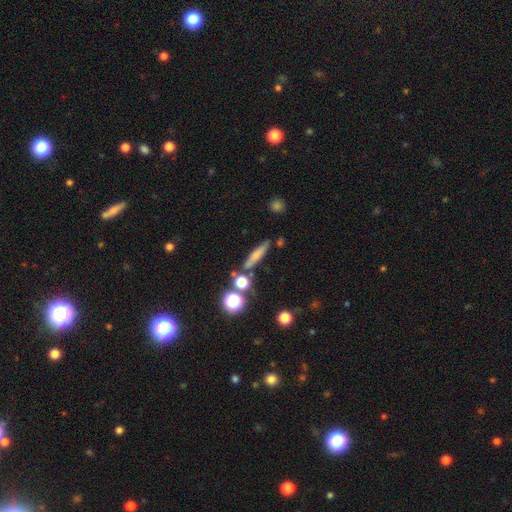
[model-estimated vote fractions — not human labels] Q: Smooth or featured?
A: smooth (63%); runner-up: featured or disk (25%)
Q: How rounded?
A: cigar-shaped (77%); runner-up: in between (14%)
Q: Merging?
A: none (74%); runner-up: minor disturbance (12%)